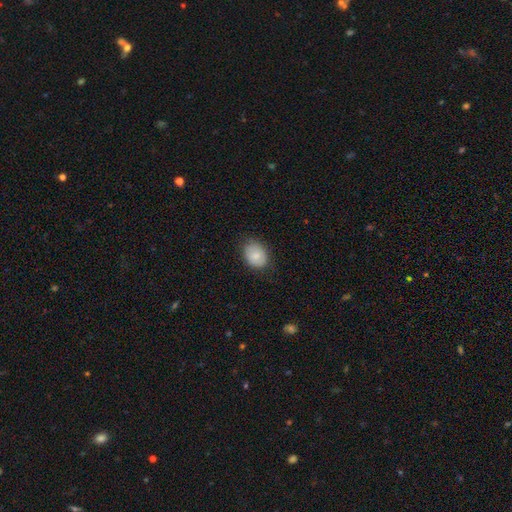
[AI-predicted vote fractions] The model was most divided on "how rounded": in between: 59%, round: 40%, cigar-shaped: 1%. More confident: smooth or featured — smooth (82%); merging — none (77%).